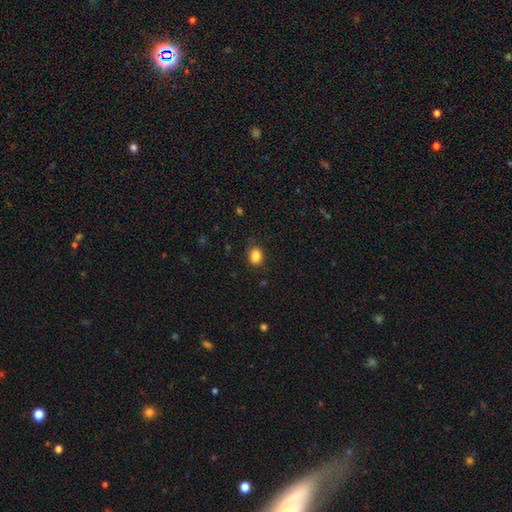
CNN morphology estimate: A smooth galaxy with no disk features (85%) that is in between round and cigar-shaped (54%).

Vote fractions:
- Smooth or featured? smooth: 85% / star or artifact: 10% / featured or disk: 5%
- How rounded? in between: 54% / round: 45% / cigar-shaped: 1%
- Merging? none: 78% / minor disturbance: 17% / major disturbance: 4% / merger: 1%